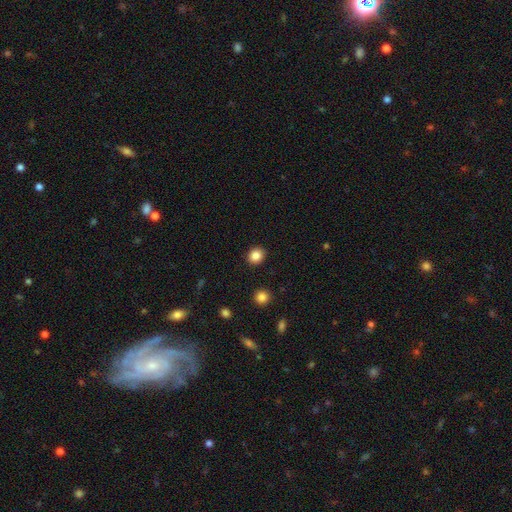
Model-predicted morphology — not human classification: Smooth or featured?
  - smooth: 85% *
  - star or artifact: 11%
  - featured or disk: 5%
How rounded?
  - round: 75% *
  - in between: 24%
  - cigar-shaped: 1%
Merging?
  - none: 91% *
  - minor disturbance: 6%
  - major disturbance: 2%
  - merger: 1%